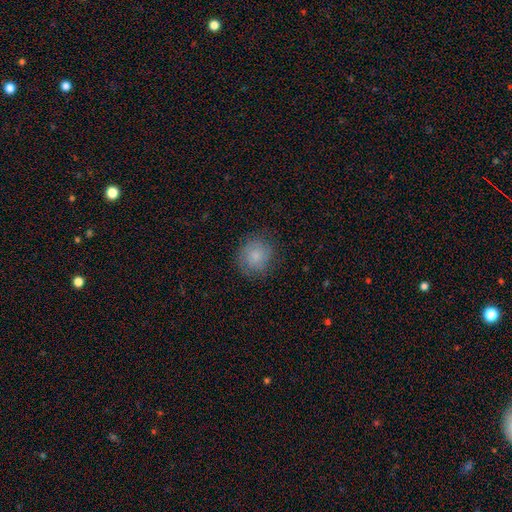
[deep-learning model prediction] Smooth or featured?
  - smooth: 64% *
  - featured or disk: 27%
  - star or artifact: 9%
How rounded?
  - round: 85% *
  - in between: 14%
  - cigar-shaped: 1%
Merging?
  - none: 79% *
  - minor disturbance: 15%
  - major disturbance: 6%
  - merger: 1%